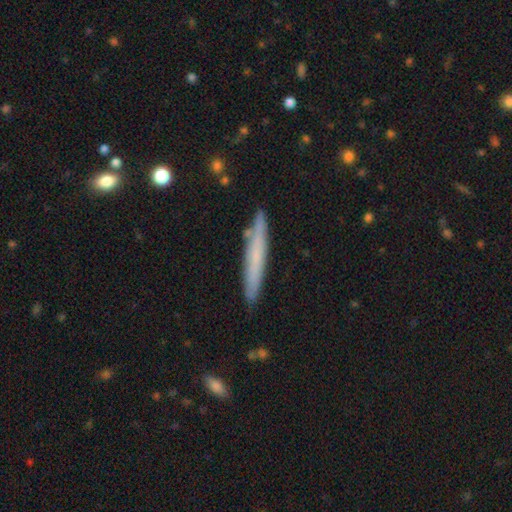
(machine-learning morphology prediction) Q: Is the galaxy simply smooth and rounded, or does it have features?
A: smooth — 56%.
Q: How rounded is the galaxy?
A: cigar-shaped — 95%.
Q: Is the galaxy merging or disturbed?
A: none — 86%.